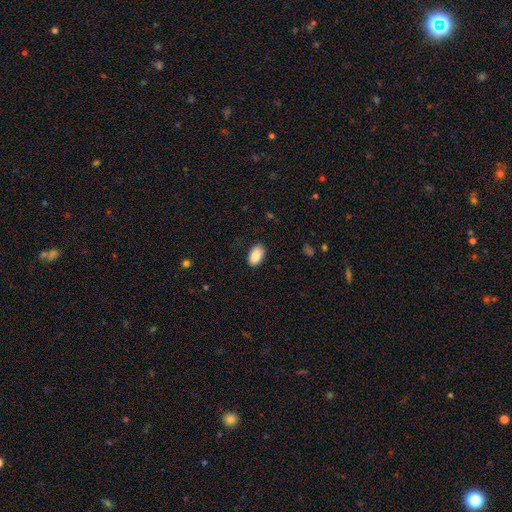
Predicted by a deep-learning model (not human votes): This appears to be a smooth galaxy with no disk features (88%) that is in between round and cigar-shaped (94%). Merging: none (86%).